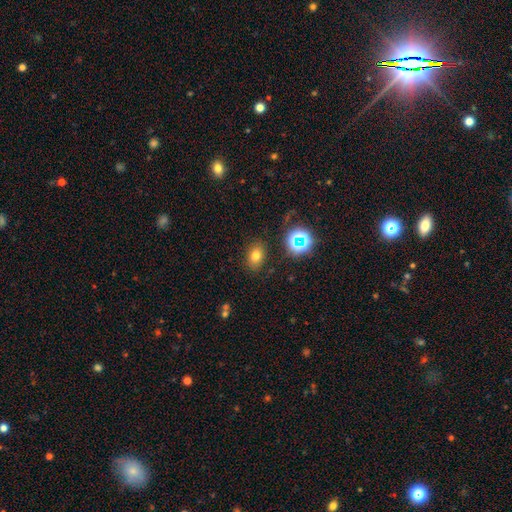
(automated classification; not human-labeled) Smooth or featured: smooth — 70% (star or artifact — 19%)
How rounded: in between — 69% (round — 30%)
Merging: none — 84% (minor disturbance — 10%)